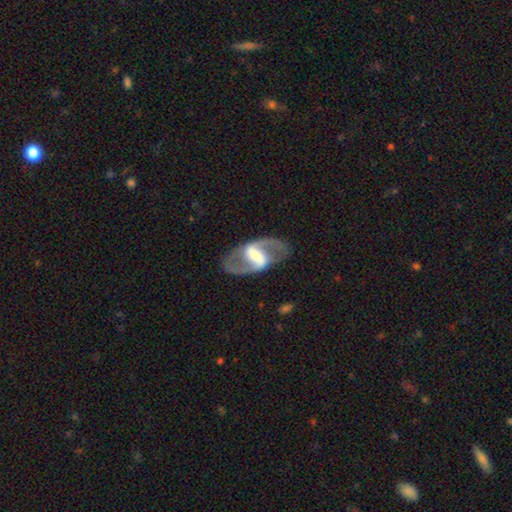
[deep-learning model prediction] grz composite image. It shows a featured or disk galaxy (87%) with a strong bar (63%), 2 (92%) medium (52%) spiral arms (91%) and a moderate central bulge (38%). Merging: none (82%).